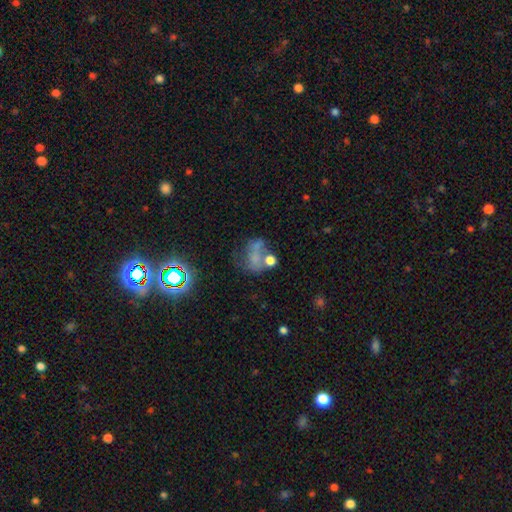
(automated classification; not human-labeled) Smooth or featured? Predicted: smooth (p=0.42). Merging? Predicted: none (p=0.32).